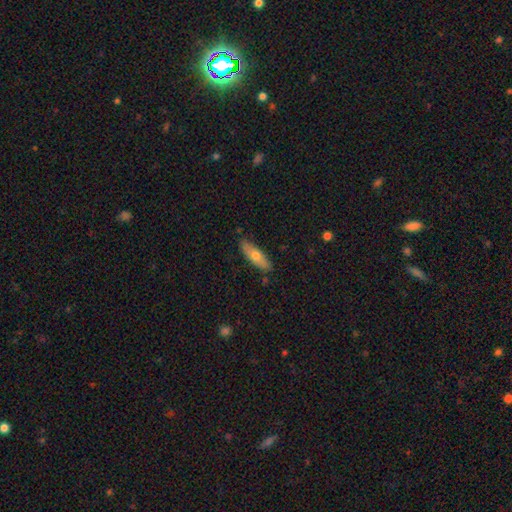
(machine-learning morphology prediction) A smooth galaxy with no disk features (64%) that is cigar-shaped (51%). Merging: none (85%).